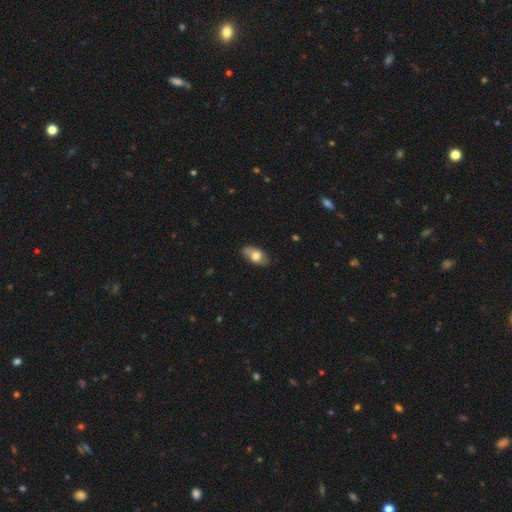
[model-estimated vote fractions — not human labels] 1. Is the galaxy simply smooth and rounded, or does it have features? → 66% smooth, 28% featured or disk, 7% star or artifact.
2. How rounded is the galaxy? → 90% in between, 6% round, 4% cigar-shaped.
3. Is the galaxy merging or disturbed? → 75% none, 20% minor disturbance, 4% major disturbance, 2% merger.